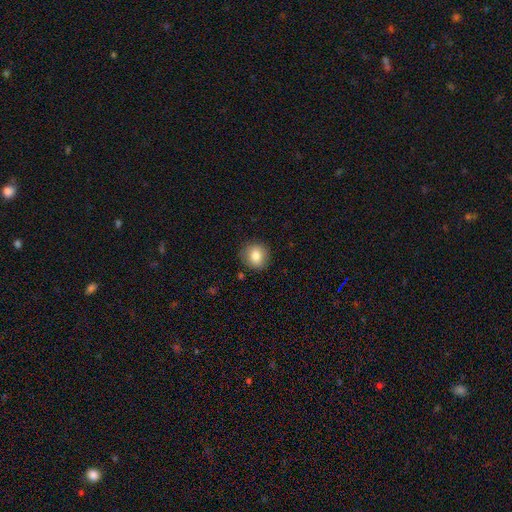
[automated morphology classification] smooth 83%, star or artifact 9%, featured or disk 8%. Down the decision tree: how rounded — round (84%); merging — none (87%).